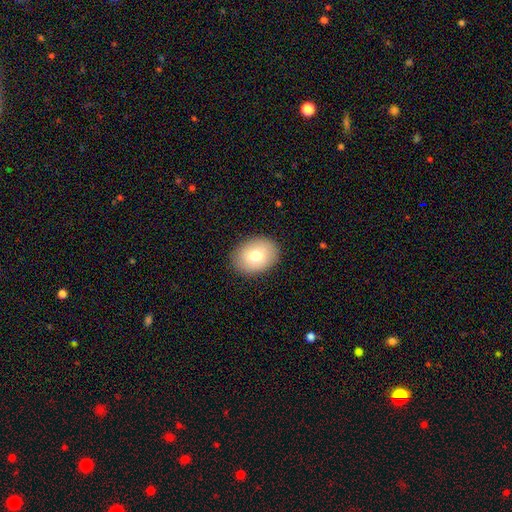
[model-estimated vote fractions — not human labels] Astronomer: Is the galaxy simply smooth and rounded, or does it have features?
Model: smooth — 74%.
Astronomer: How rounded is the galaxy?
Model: in between — 65%.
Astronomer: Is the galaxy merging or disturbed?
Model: none — 88%.